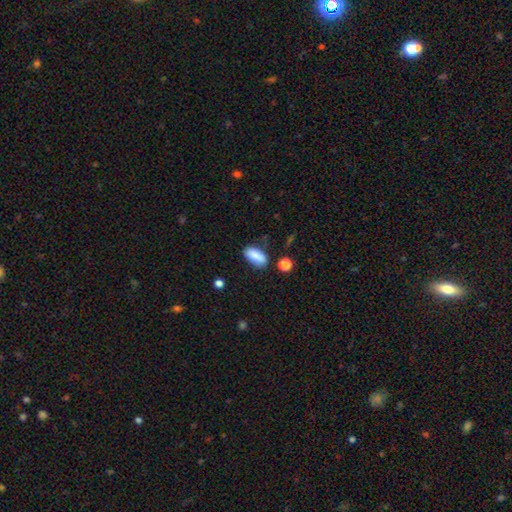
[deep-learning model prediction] smooth-or-featured: smooth: 86% | star or artifact: 8% | featured or disk: 6%
  how-rounded: in between: 86% | cigar-shaped: 10% | round: 4%
  merging: none: 72% | minor disturbance: 19% | merger: 5% | major disturbance: 5%